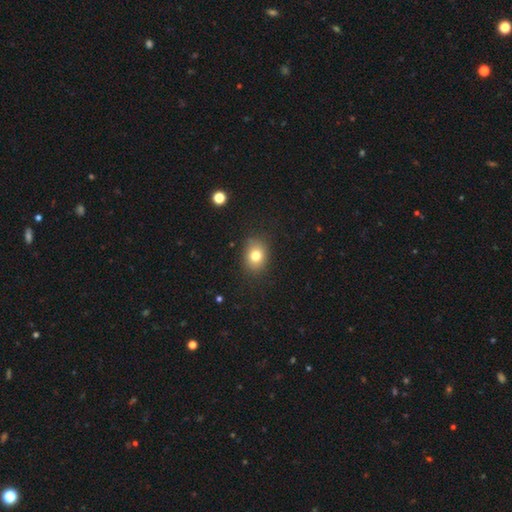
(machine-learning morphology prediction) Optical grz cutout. It shows a smooth galaxy with no disk features (78%) that is in between round and cigar-shaped (53%). Merging: none (84%).